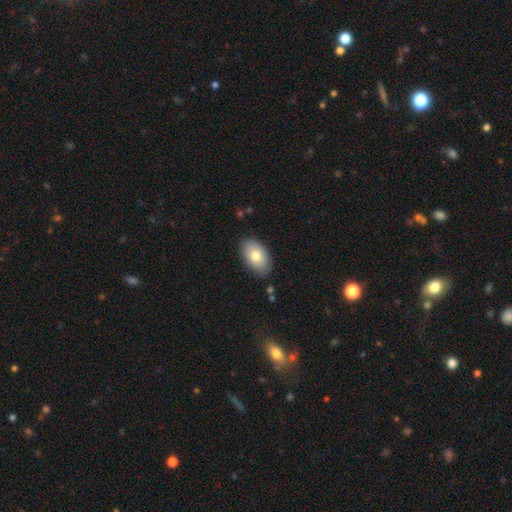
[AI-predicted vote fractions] A smooth galaxy with no disk features (77%) that is in between round and cigar-shaped (92%). Merging: none (83%).